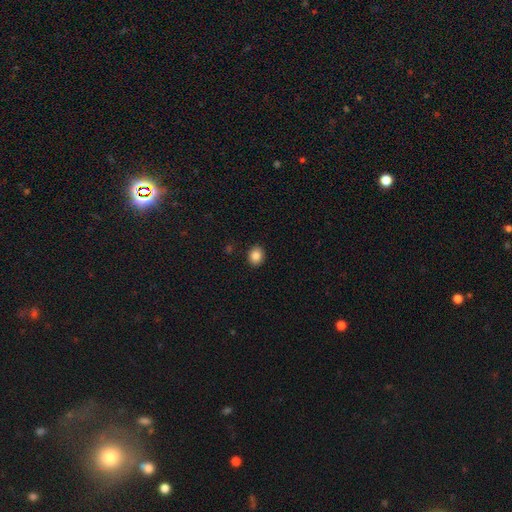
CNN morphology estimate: smooth-or-featured: smooth: 86% | star or artifact: 9% | featured or disk: 5%
  how-rounded: round: 55% | in between: 44% | cigar-shaped: 1%
  merging: none: 91% | minor disturbance: 6% | major disturbance: 2% | merger: 1%